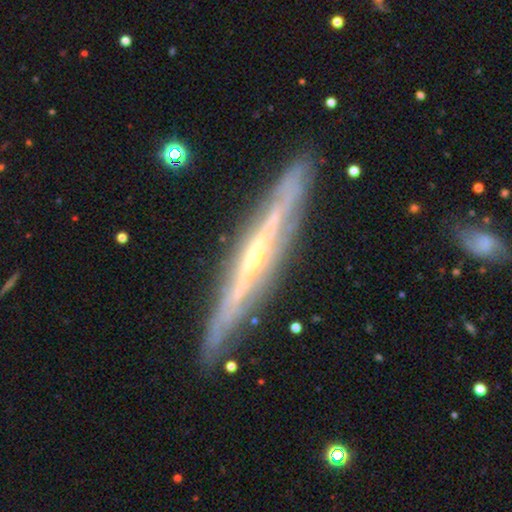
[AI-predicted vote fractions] Q: Smooth or featured?
A: featured or disk (83%); runner-up: smooth (11%)
Q: Edge-on disk?
A: yes (95%); runner-up: no (5%)
Q: Edge-on bulge?
A: rounded (54%); runner-up: none (38%)
Q: Merging?
A: none (87%); runner-up: minor disturbance (10%)